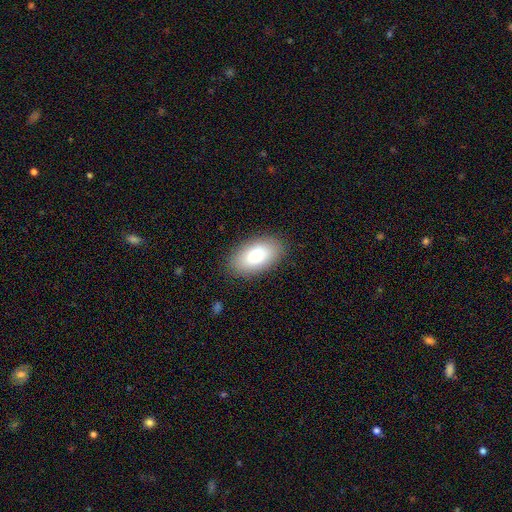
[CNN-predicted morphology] Smooth or featured? smooth (83%)
How rounded? in between (95%)
Merging? none (87%)